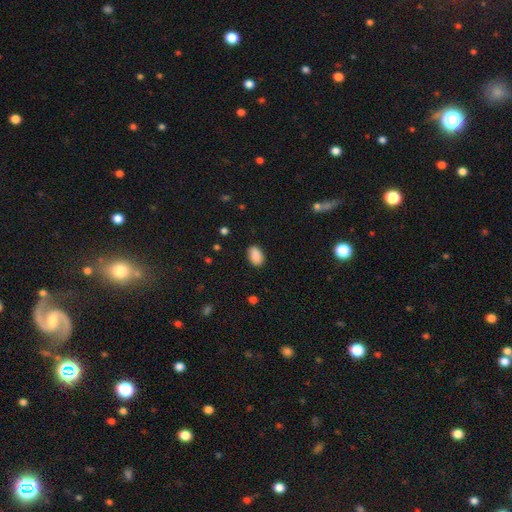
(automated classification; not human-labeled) This is clearly a smooth galaxy (89%). How rounded: clearly in between (91%). Merging: clearly none (86%).